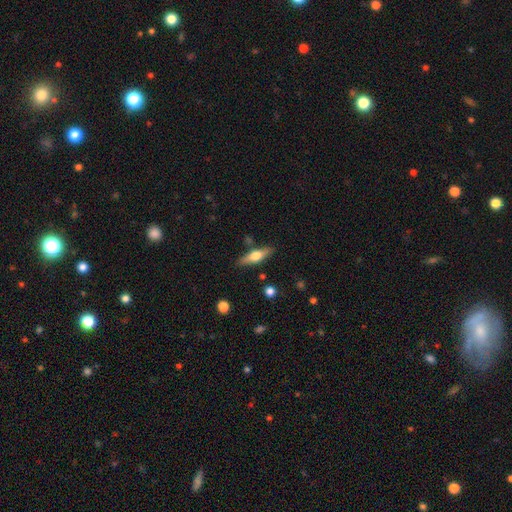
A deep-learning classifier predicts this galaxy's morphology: type=featured or disk (50%); merging=none (84%).